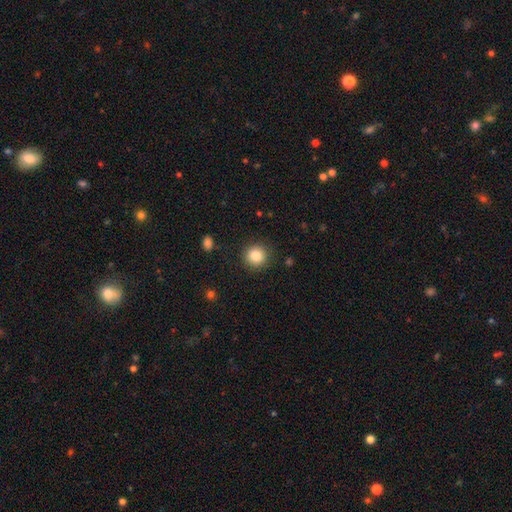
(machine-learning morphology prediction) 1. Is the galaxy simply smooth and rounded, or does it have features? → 83% smooth, 10% star or artifact, 7% featured or disk.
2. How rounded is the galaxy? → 93% round, 7% in between, 1% cigar-shaped.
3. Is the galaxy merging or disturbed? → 90% none, 6% minor disturbance, 2% major disturbance, 1% merger.